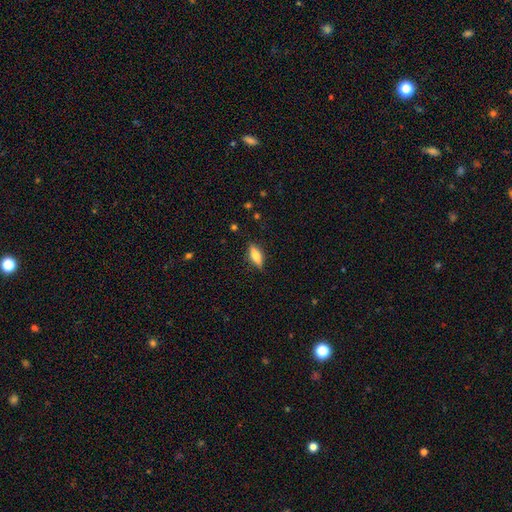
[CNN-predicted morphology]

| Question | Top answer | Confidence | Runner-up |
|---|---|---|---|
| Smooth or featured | smooth | 56% | featured or disk (37%) |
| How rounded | in between | 56% | cigar-shaped (41%) |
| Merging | none | 84% | minor disturbance (12%) |